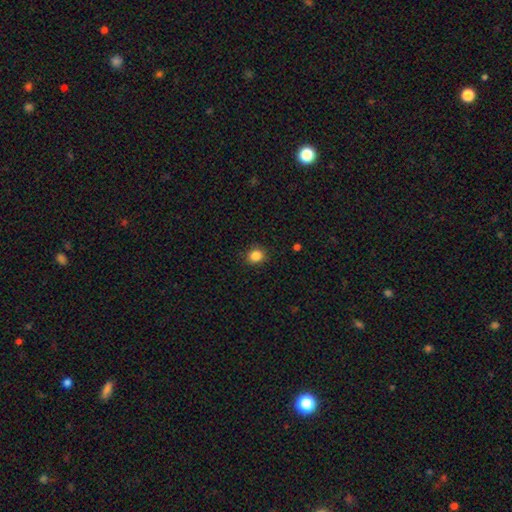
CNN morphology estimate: smooth 85%, star or artifact 11%, featured or disk 4%. Down the decision tree: how rounded — round (81%); merging — none (89%).